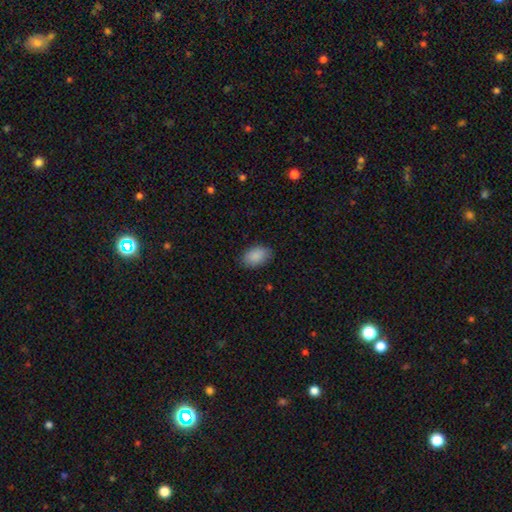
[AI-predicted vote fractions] A smooth galaxy with no disk features (90%) that is in between round and cigar-shaped (92%). Merging: none (85%).